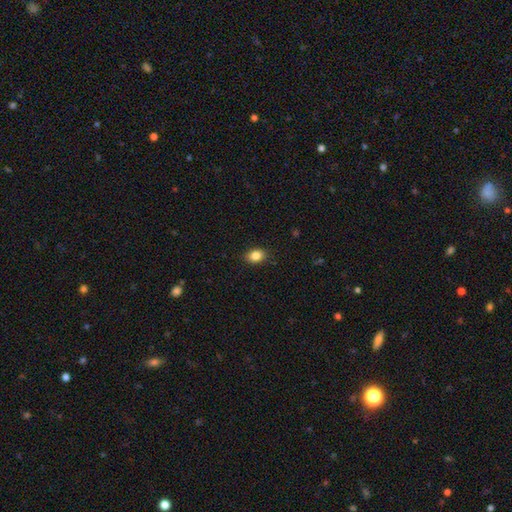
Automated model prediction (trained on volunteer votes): The model was most divided on "how rounded": in between: 72%, round: 27%, cigar-shaped: 1%. More confident: merging — none (89%); smooth or featured — smooth (86%).